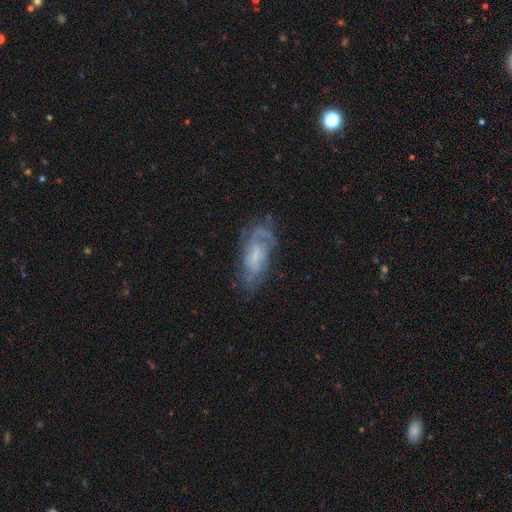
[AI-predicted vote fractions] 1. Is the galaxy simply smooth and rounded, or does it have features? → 70% featured or disk, 22% smooth, 8% star or artifact.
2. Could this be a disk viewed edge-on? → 92% no, 8% yes.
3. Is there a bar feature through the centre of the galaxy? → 52% no, 39% weak, 9% strong.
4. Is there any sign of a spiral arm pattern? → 81% yes, 19% no.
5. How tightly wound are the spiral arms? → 41% medium, 38% tight, 22% loose.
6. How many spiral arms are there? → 37% can't tell, 32% 2, 16% 1, 10% 3, 3% 4, 2% more than 4.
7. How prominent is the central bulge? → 38% small, 34% none, 22% moderate, 4% large, 1% dominant.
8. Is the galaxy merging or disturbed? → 56% none, 23% minor disturbance, 18% major disturbance, 3% merger.